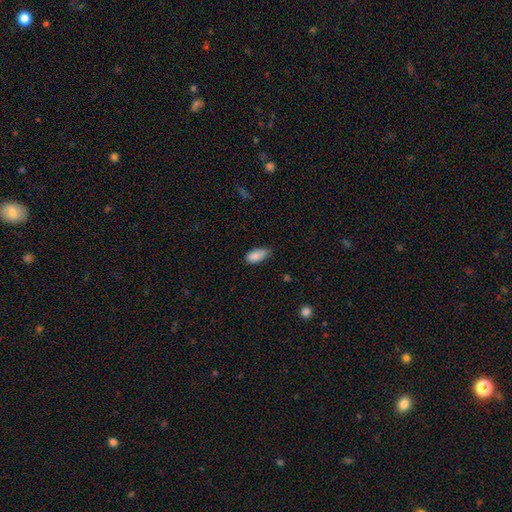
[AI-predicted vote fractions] Smooth or featured?
  - smooth: 87% *
  - star or artifact: 8%
  - featured or disk: 5%
How rounded?
  - in between: 91% *
  - cigar-shaped: 6%
  - round: 3%
Merging?
  - none: 53% *
  - minor disturbance: 39%
  - major disturbance: 7%
  - merger: 2%